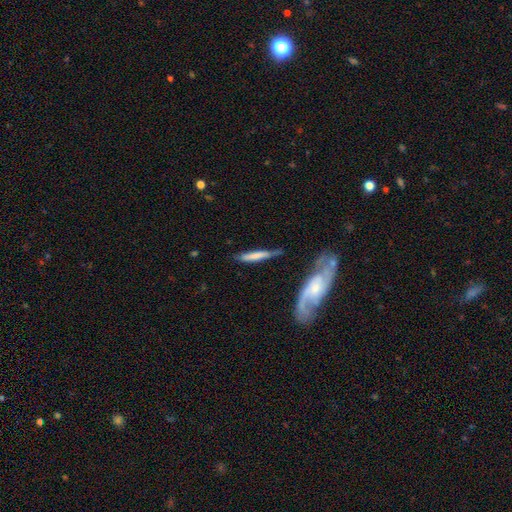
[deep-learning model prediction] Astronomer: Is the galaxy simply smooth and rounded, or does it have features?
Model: smooth — 58% (runner-up: featured or disk, 37%).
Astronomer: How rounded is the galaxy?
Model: cigar-shaped — 90%.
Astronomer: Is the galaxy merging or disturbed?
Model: none — 59%.